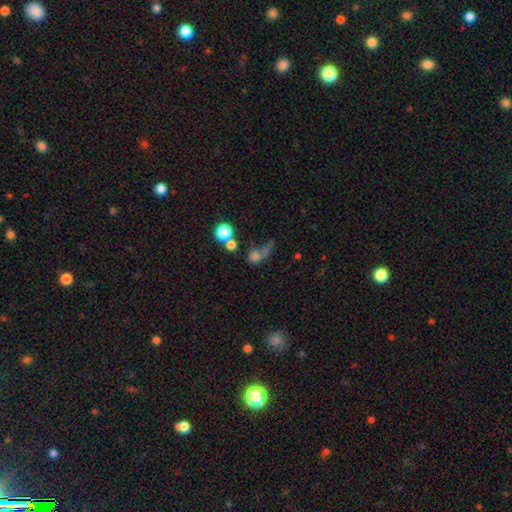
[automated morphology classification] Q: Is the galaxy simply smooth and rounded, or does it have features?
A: smooth — 60%.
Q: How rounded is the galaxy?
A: round — 63%.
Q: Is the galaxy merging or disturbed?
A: major disturbance — 33%.